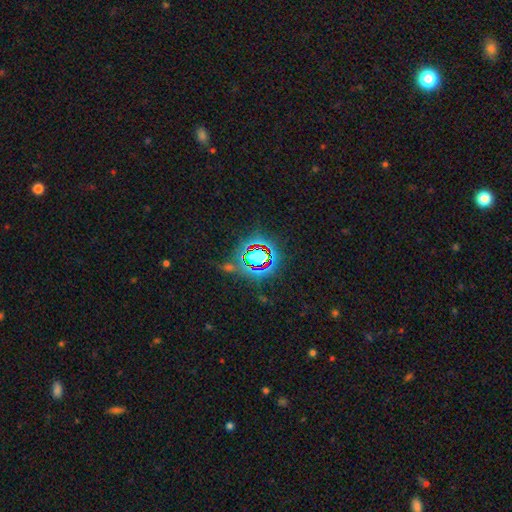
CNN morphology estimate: A star or artifact, not a galaxy (71%).